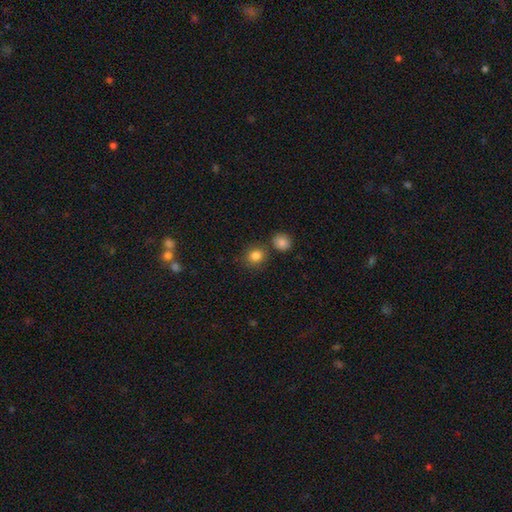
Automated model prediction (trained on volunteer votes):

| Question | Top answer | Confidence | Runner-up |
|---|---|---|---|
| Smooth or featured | smooth | 84% | star or artifact (11%) |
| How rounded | round | 83% | in between (16%) |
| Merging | none | 76% | merger (12%) |